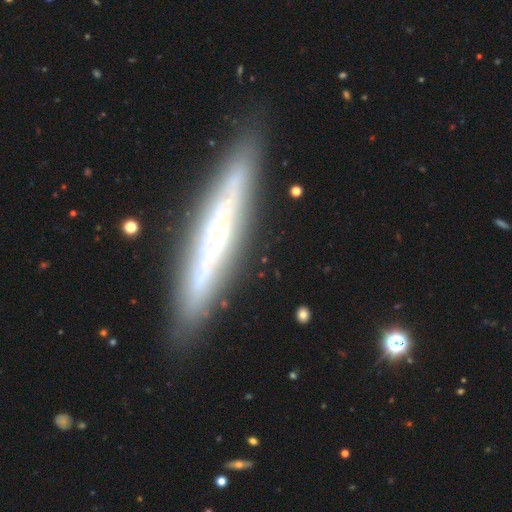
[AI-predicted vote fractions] Smooth or featured? featured or disk (70%)
Edge-on disk? yes (89%)
Edge-on bulge? none (74%)
Merging? none (87%)